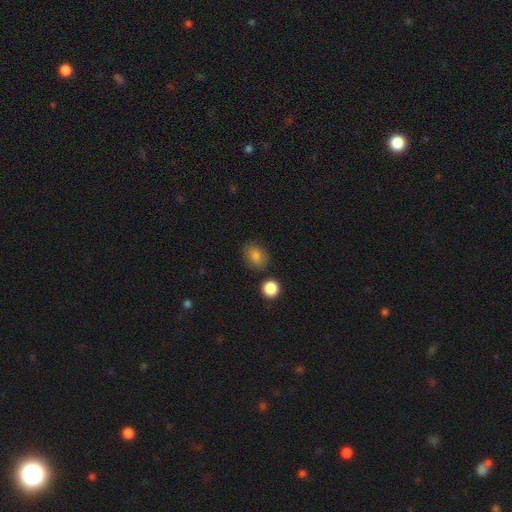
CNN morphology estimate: This appears to be a smooth galaxy with no disk features (84%) that is in between round and cigar-shaped (55%). Merging: none (79%).